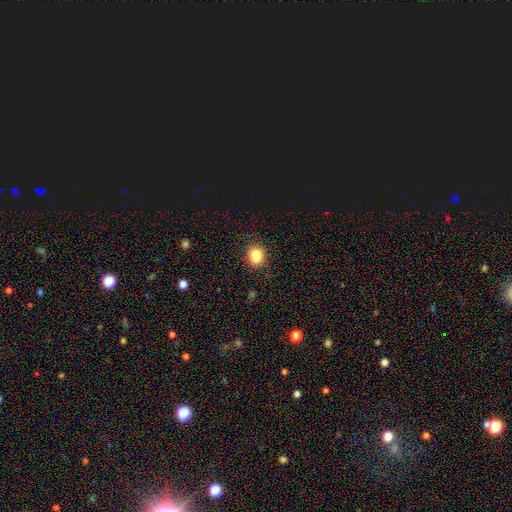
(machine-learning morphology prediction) The model was most divided on "how rounded": round: 52%, in between: 47%, cigar-shaped: 1%. More confident: smooth or featured — smooth (86%); merging — none (86%).